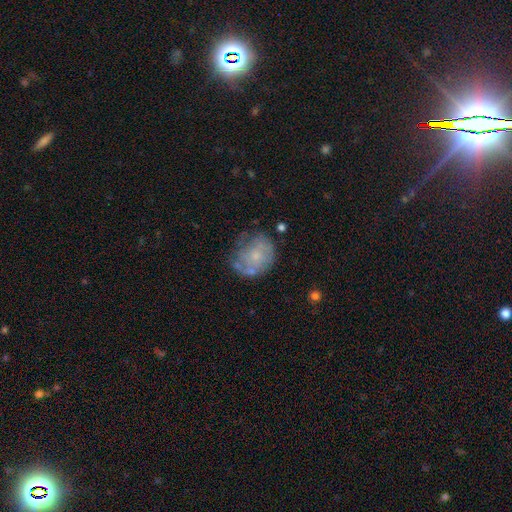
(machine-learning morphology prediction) The model was most divided on "smooth or featured": featured or disk: 49%, smooth: 43%, star or artifact: 9%. More confident: merging — none (50%).